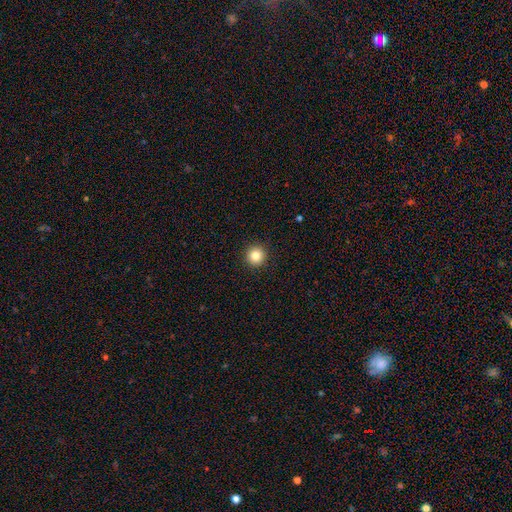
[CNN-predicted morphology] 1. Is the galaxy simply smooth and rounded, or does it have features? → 83% smooth, 11% star or artifact, 6% featured or disk.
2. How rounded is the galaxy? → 96% round, 3% in between, 1% cigar-shaped.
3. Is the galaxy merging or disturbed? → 94% none, 4% minor disturbance, 1% major disturbance, 1% merger.